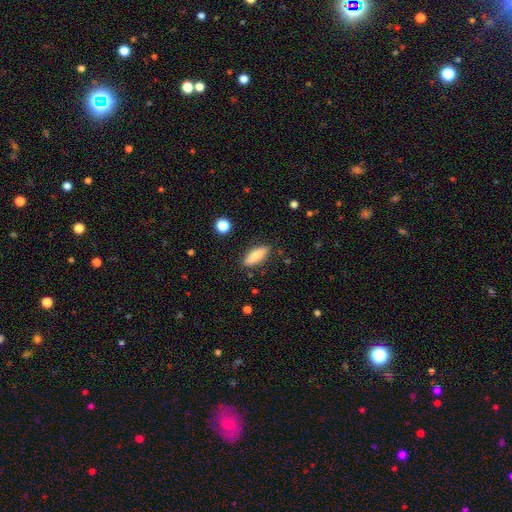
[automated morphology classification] type=smooth (77%); roundness=in between (51%); merging=none (86%).